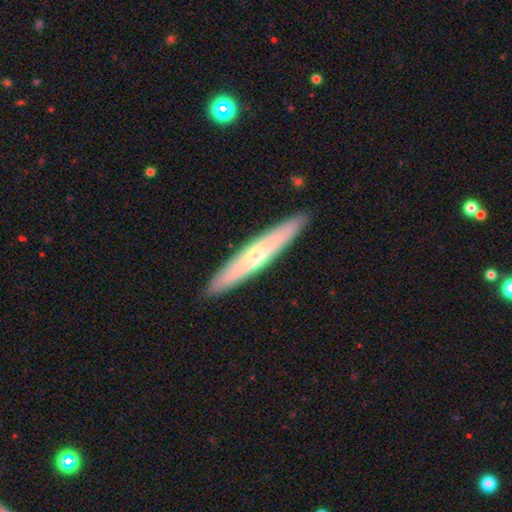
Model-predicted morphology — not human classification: type=featured or disk (51%); edge-on=yes (85%); merging=none (91%).